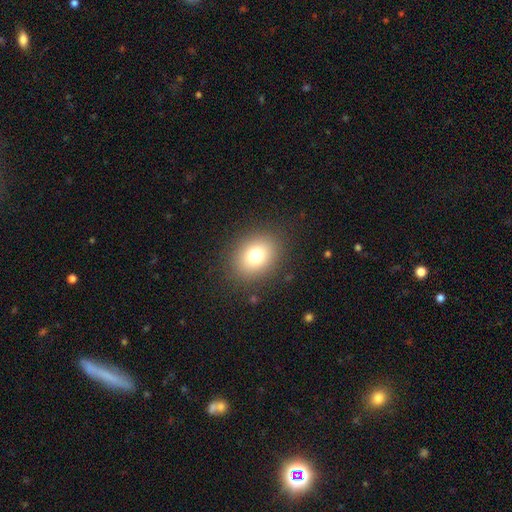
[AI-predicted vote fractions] Smooth or featured? smooth (77%)
How rounded? in between (50%)
Merging? none (87%)